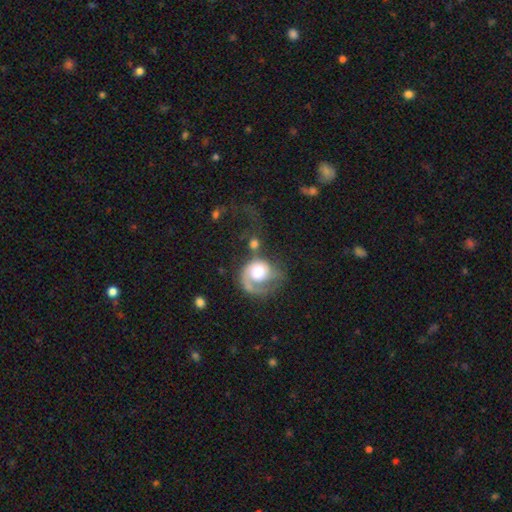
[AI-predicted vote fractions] Overall: smooth (41%; featured or disk 40%). Merging: none (44%; major disturbance 24%).